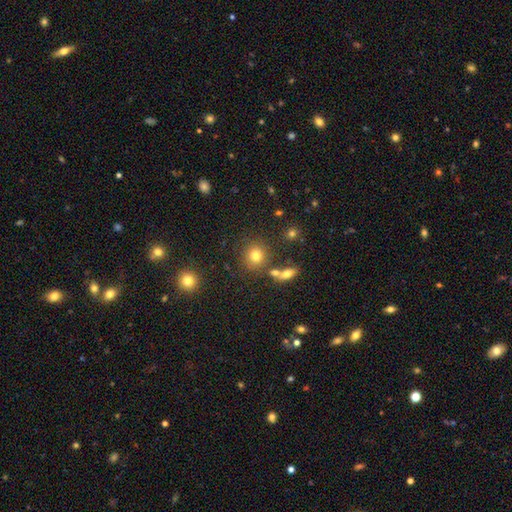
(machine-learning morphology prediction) This appears to be a smooth galaxy with no disk features (76%) that is round (85%). Merging: none (77%).